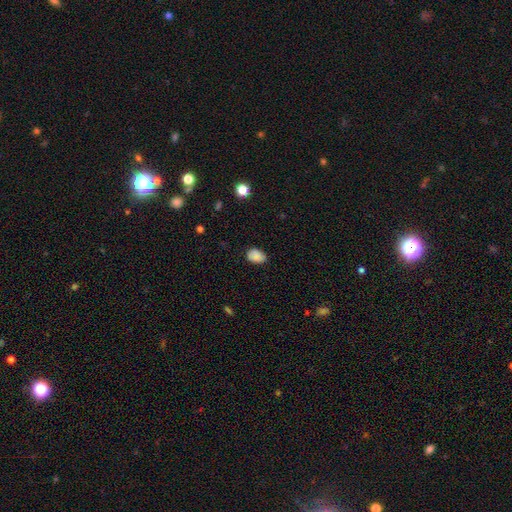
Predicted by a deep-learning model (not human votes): A smooth galaxy with no disk features (87%) that is in between round and cigar-shaped (77%).

Vote fractions:
- Smooth or featured? smooth: 87% / star or artifact: 9% / featured or disk: 5%
- How rounded? in between: 77% / round: 22% / cigar-shaped: 1%
- Merging? none: 78% / minor disturbance: 18% / major disturbance: 3% / merger: 1%